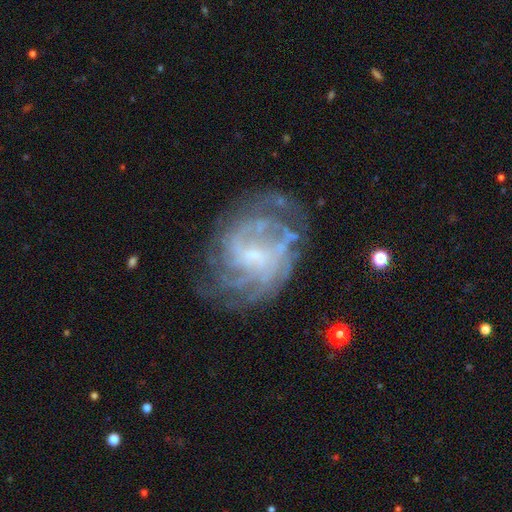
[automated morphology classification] This appears to be a featured or disk galaxy (84%) with a weak bar (47%), tight (51%) spiral arms (90%) and a small central bulge (57%). Merging: none (65%).